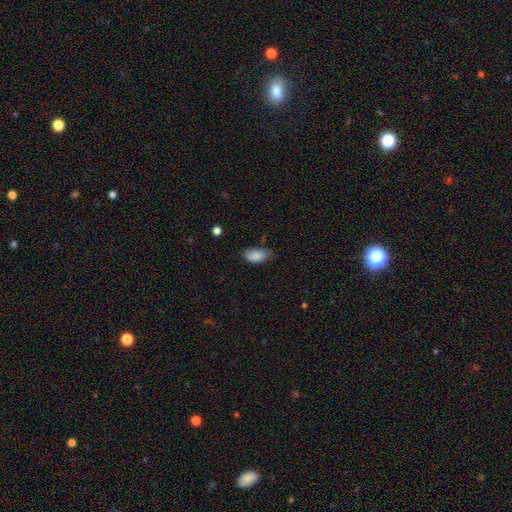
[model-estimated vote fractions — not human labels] This is clearly a smooth galaxy (84%). How rounded: clearly in between (93%). Merging: likely none (64%).